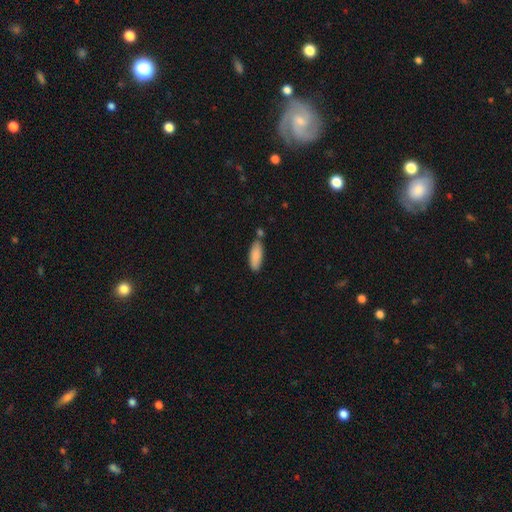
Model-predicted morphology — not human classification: This appears to be a smooth galaxy with no disk features (87%) that is in between round and cigar-shaped (69%). Merging: none (71%).